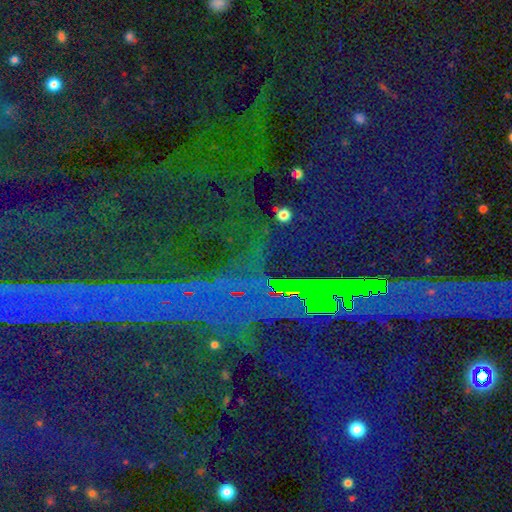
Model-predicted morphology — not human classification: Smooth or featured? star or artifact (87%)